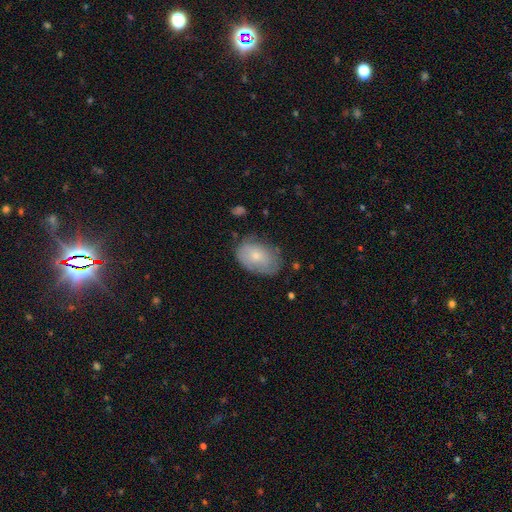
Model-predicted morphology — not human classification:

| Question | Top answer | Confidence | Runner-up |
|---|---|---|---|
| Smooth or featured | smooth | 70% | featured or disk (23%) |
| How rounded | in between | 86% | round (12%) |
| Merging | none | 63% | minor disturbance (28%) |